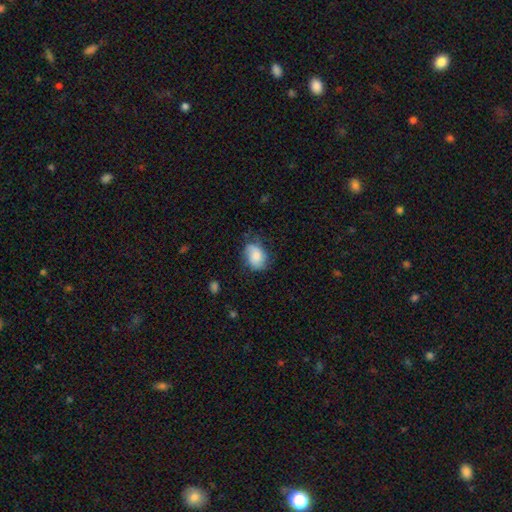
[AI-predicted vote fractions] Smooth or featured? smooth (66%)
How rounded? in between (67%)
Merging? none (56%)